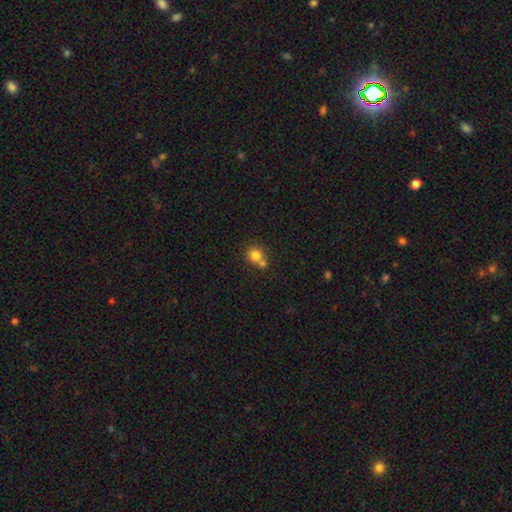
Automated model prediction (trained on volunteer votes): Q: Smooth or featured?
A: smooth (79%); runner-up: star or artifact (11%)
Q: How rounded?
A: round (86%); runner-up: in between (13%)
Q: Merging?
A: none (49%); runner-up: merger (41%)